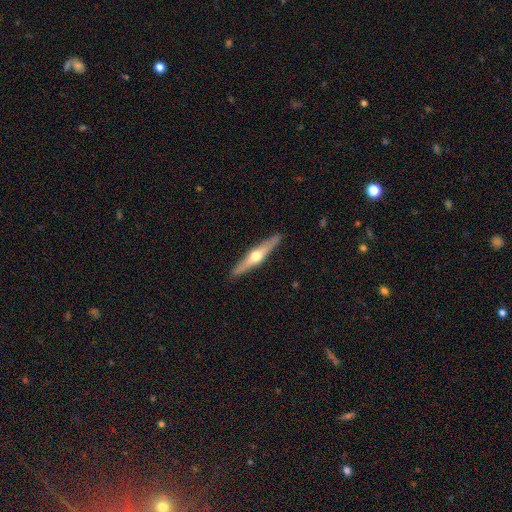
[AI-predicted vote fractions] The model was most divided on "smooth or featured": featured or disk: 68%, smooth: 27%, star or artifact: 5%. More confident: edge-on disk — yes (97%); edge-on bulge — rounded (95%); merging — none (91%).